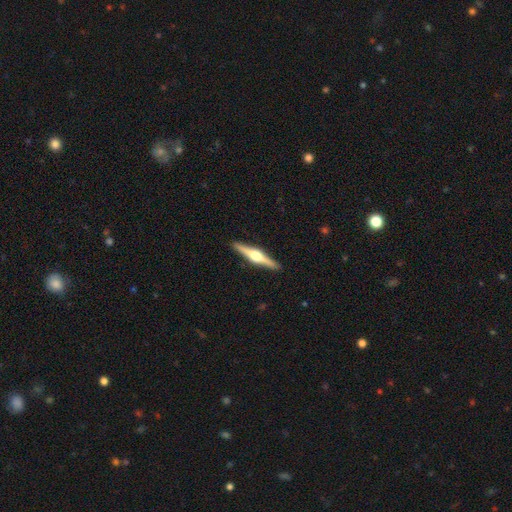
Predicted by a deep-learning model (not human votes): Smooth or featured?
  - featured or disk: 79% *
  - smooth: 17%
  - star or artifact: 5%
Edge-on disk?
  - yes: 98% *
  - no: 2%
Edge-on bulge?
  - rounded: 95% *
  - boxy: 3%
  - none: 2%
Merging?
  - none: 92% *
  - minor disturbance: 6%
  - major disturbance: 1%
  - merger: 1%